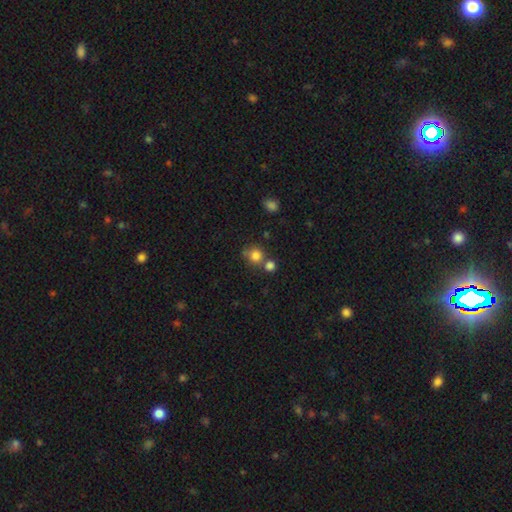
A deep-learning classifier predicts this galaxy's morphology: Smooth or featured?
  - smooth: 81% *
  - star or artifact: 12%
  - featured or disk: 7%
How rounded?
  - round: 85% *
  - in between: 14%
  - cigar-shaped: 1%
Merging?
  - none: 58% *
  - merger: 27%
  - minor disturbance: 11%
  - major disturbance: 4%